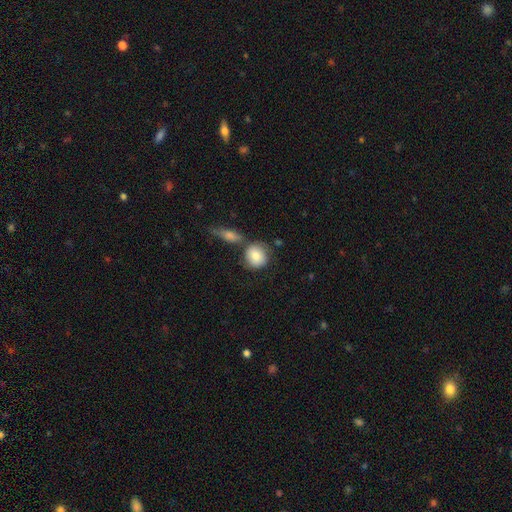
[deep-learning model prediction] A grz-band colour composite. It shows a smooth galaxy with no disk features (83%) that is round (79%). Merging: none (54%).